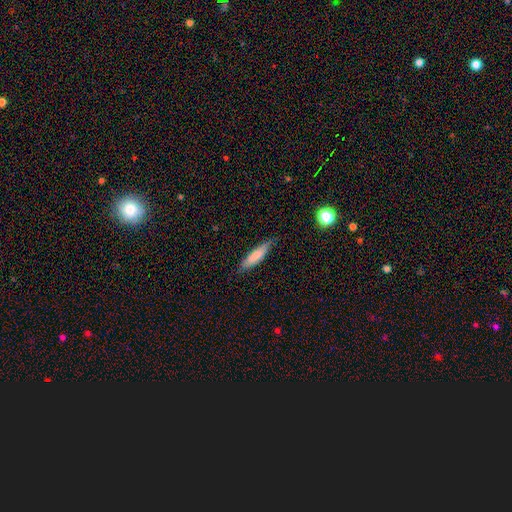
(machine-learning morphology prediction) This appears to be a smooth galaxy with no disk features (77%) that is cigar-shaped (74%). Merging: none (77%).